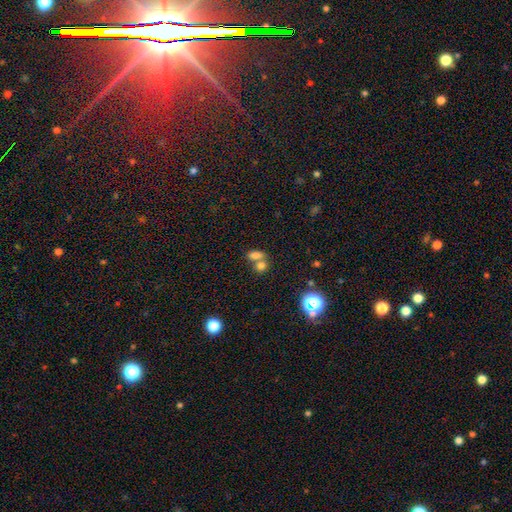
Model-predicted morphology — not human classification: This appears to be a smooth galaxy with no disk features (76%) that is in between round and cigar-shaped (73%). Merging: merger (57%).